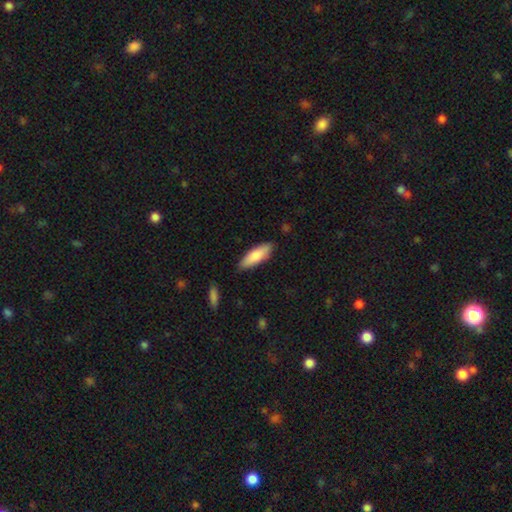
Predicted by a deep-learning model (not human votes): This is clearly a smooth galaxy (80%). How rounded: possibly in between (53%). Merging: clearly none (84%).